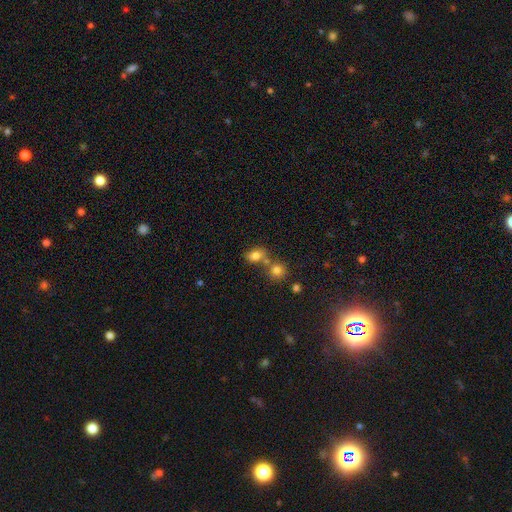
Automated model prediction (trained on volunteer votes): Morphology: type=smooth (79%); roundness=in between (73%); merging=none (50%).